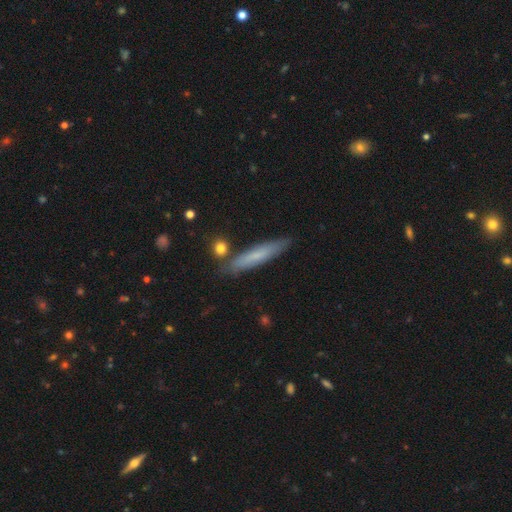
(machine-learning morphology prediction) smooth 64%, featured or disk 30%, star or artifact 6%. Down the decision tree: how rounded — cigar-shaped (91%); merging — none (83%).